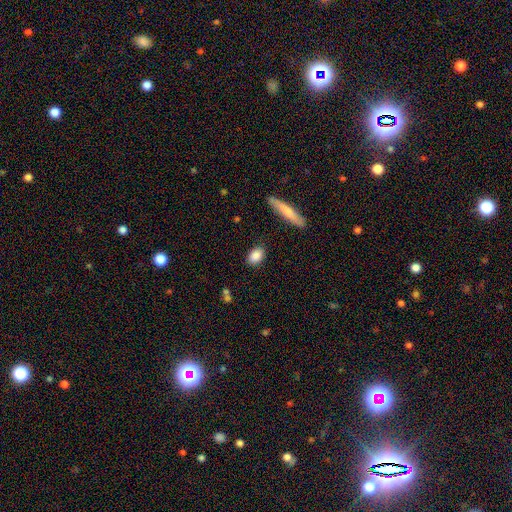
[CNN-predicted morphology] Q: Smooth or featured?
A: smooth (87%); runner-up: star or artifact (7%)
Q: How rounded?
A: in between (81%); runner-up: round (14%)
Q: Merging?
A: none (85%); runner-up: minor disturbance (11%)